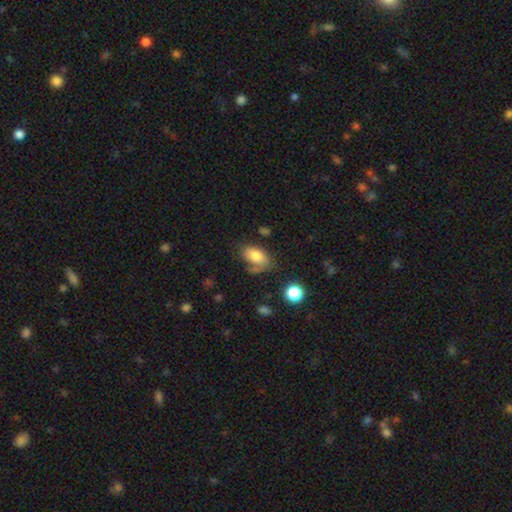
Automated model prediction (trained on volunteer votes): This is likely a smooth galaxy (76%). How rounded: clearly in between (91%). Merging: possibly none (56%).